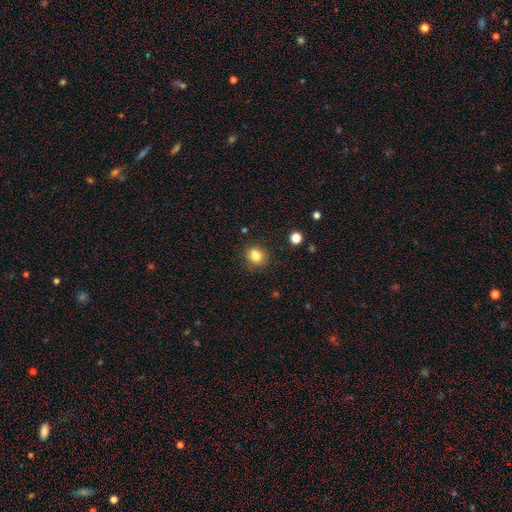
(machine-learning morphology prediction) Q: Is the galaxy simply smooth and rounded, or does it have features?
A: smooth — 82%.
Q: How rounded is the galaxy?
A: round — 68%.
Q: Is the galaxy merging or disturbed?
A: none — 82%.